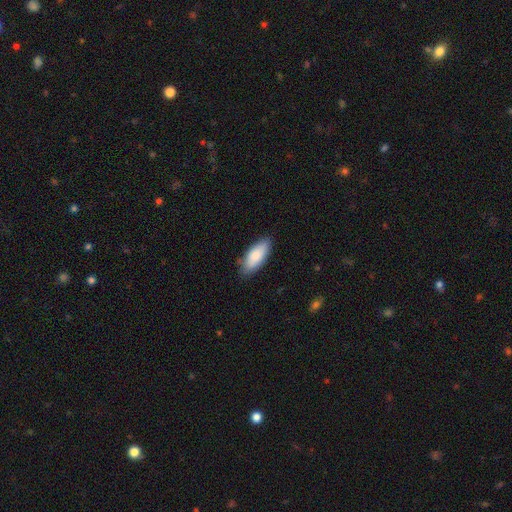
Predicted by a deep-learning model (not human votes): This is clearly a smooth galaxy (85%). How rounded: clearly in between (81%). Merging: clearly none (82%).